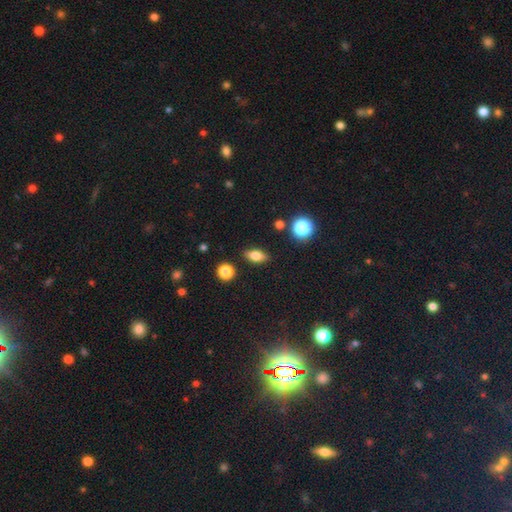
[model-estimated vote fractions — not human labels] This appears to be a smooth galaxy with no disk features (75%) that is in between round and cigar-shaped (77%). Merging: none (87%).